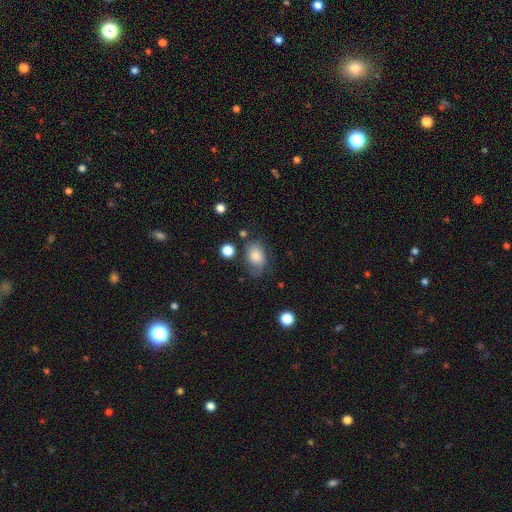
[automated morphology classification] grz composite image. It shows a smooth galaxy with no disk features (75%) that is in between round and cigar-shaped (77%). Merging: none (52%).